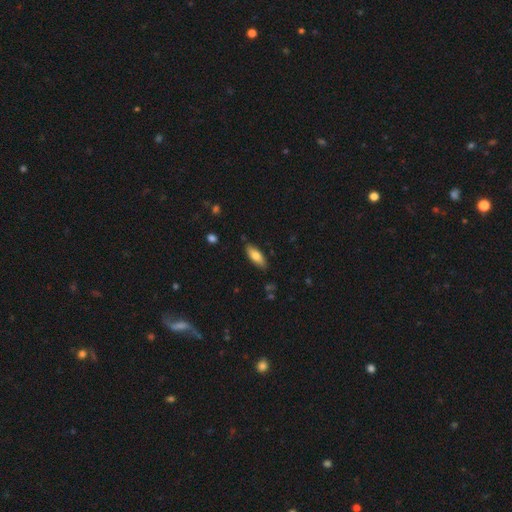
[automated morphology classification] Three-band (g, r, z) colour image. It shows a smooth galaxy with no disk features (75%) that is in between round and cigar-shaped (67%). Merging: none (83%).